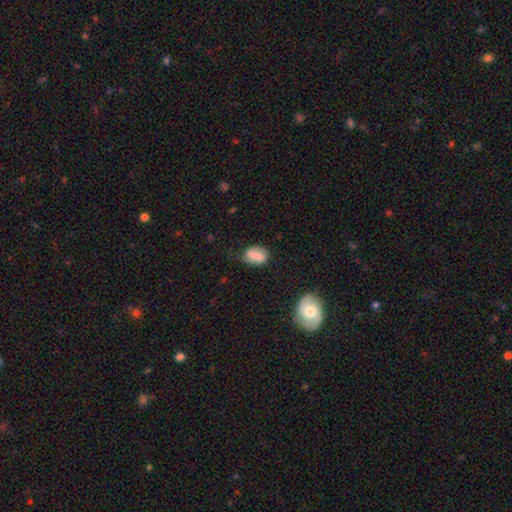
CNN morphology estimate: type=smooth (66%); roundness=in between (80%); merging=none (63%).